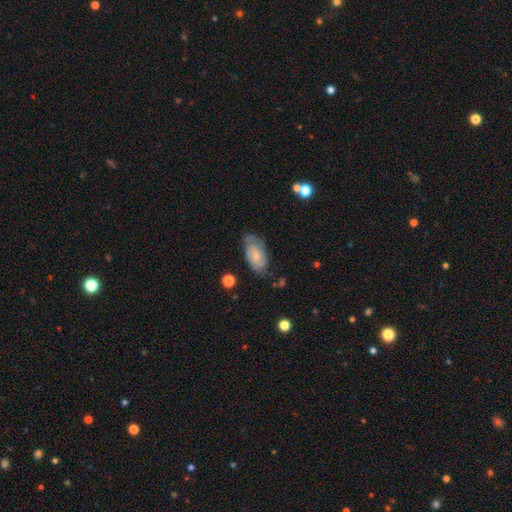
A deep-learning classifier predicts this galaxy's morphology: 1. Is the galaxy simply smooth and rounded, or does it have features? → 49% smooth, 44% featured or disk, 7% star or artifact.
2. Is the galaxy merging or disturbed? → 65% none, 25% minor disturbance, 7% major disturbance, 2% merger.